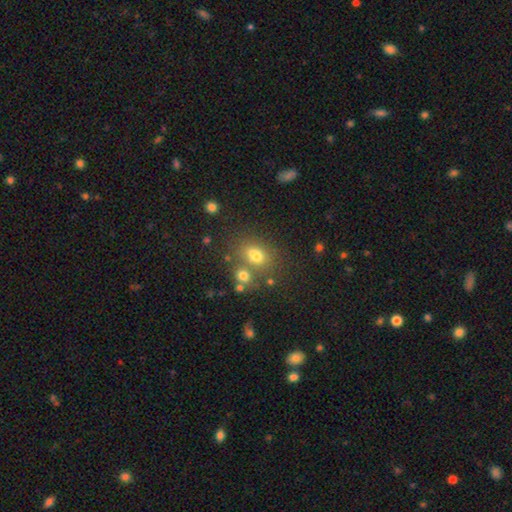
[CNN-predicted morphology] A smooth galaxy with no disk features (72%) that is in between round and cigar-shaped (66%).

Vote fractions:
- Smooth or featured? smooth: 72% / star or artifact: 16% / featured or disk: 13%
- How rounded? in between: 66% / round: 32% / cigar-shaped: 2%
- Merging? none: 54% / merger: 28% / minor disturbance: 13% / major disturbance: 6%